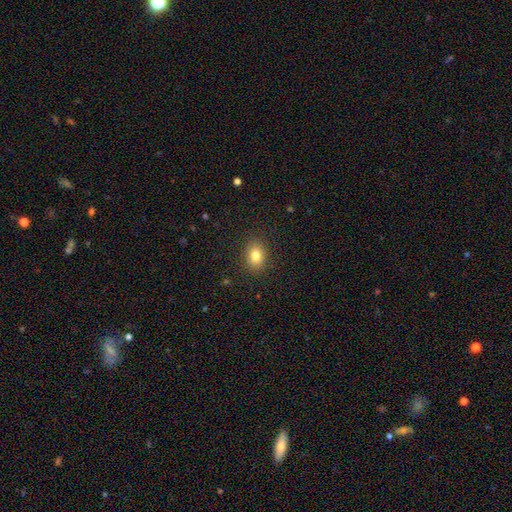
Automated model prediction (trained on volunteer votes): Smooth or featured? Predicted: smooth (p=0.82). How rounded? Predicted: in between (p=0.64). Merging? Predicted: none (p=0.89).